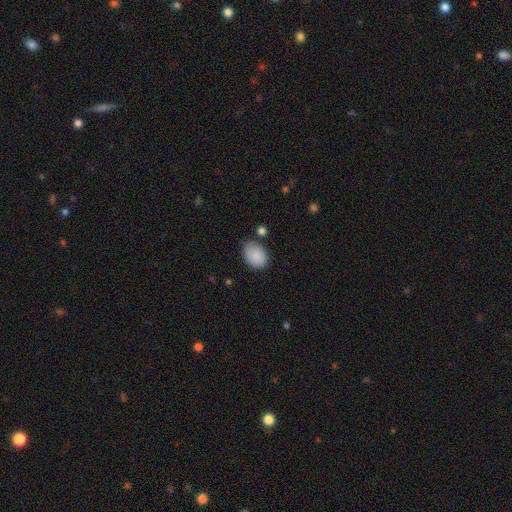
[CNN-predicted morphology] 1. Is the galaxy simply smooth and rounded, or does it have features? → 88% smooth, 7% star or artifact, 5% featured or disk.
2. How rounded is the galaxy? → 71% in between, 28% round, 1% cigar-shaped.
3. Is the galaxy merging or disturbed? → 70% none, 21% minor disturbance, 5% merger, 4% major disturbance.